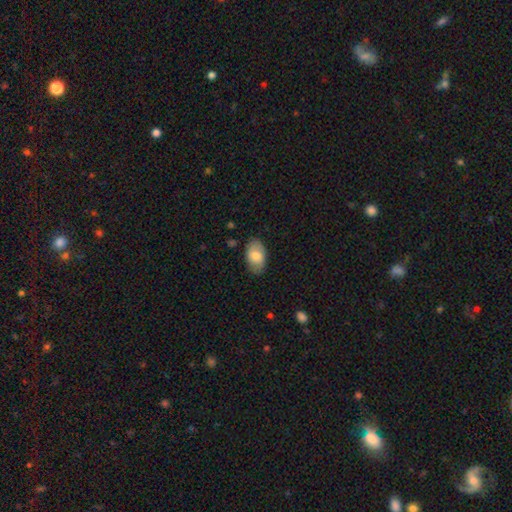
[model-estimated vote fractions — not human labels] Smooth or featured?
  - smooth: 76% *
  - featured or disk: 17%
  - star or artifact: 6%
How rounded?
  - in between: 93% *
  - round: 6%
  - cigar-shaped: 1%
Merging?
  - none: 81% *
  - minor disturbance: 15%
  - major disturbance: 3%
  - merger: 1%